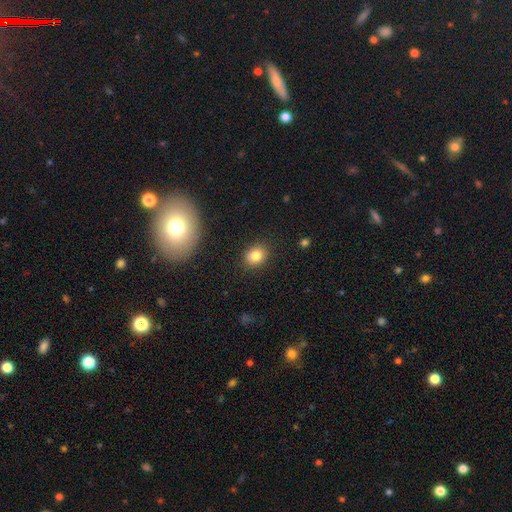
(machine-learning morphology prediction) This appears to be a smooth galaxy with no disk features (82%) that is round (57%). Merging: none (87%).